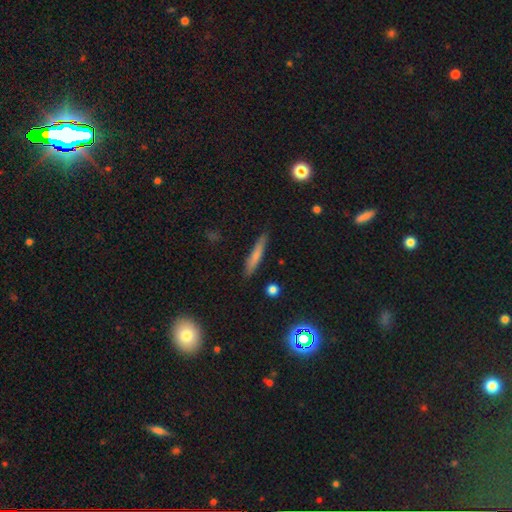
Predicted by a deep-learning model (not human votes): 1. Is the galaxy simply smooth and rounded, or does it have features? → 69% smooth, 23% featured or disk, 7% star or artifact.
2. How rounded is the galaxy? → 92% cigar-shaped, 6% in between, 2% round.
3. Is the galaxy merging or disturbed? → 86% none, 10% minor disturbance, 2% major disturbance, 2% merger.